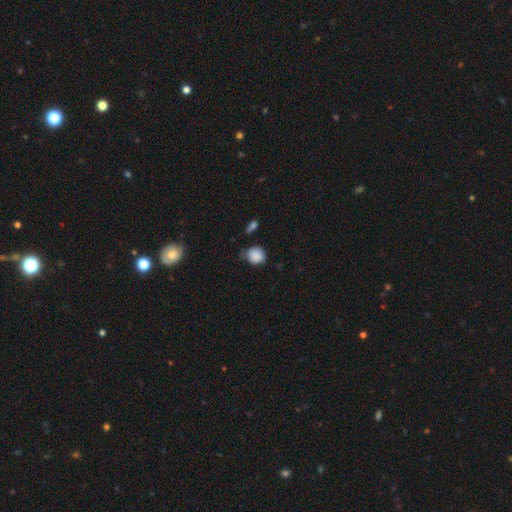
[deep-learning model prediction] Q: Smooth or featured?
A: smooth (87%); runner-up: star or artifact (8%)
Q: How rounded?
A: round (78%); runner-up: in between (20%)
Q: Merging?
A: none (57%); runner-up: minor disturbance (32%)